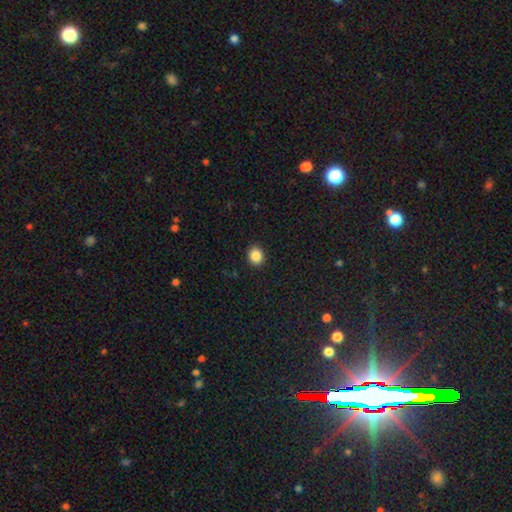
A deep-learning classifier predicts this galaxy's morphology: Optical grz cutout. It shows a smooth galaxy with no disk features (87%) that is round (70%). Merging: none (91%).